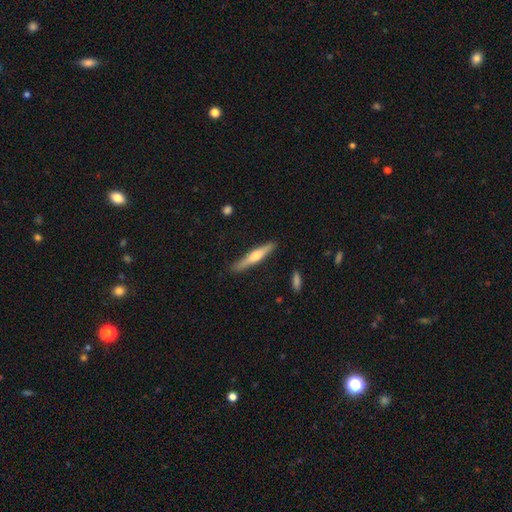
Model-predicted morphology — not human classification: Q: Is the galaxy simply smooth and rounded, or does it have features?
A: featured or disk — 58%.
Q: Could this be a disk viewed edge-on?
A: yes — 97%.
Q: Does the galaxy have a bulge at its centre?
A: rounded — 91%.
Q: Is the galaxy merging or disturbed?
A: none — 89%.